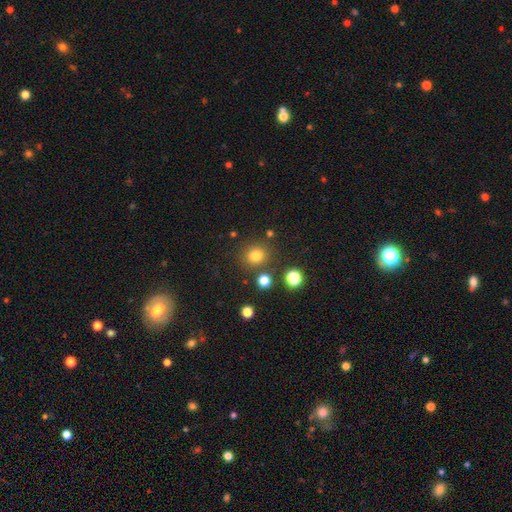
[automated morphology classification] A smooth galaxy with no disk features (78%) that is round (85%).

Vote fractions:
- Smooth or featured? smooth: 78% / star or artifact: 16% / featured or disk: 6%
- How rounded? round: 85% / in between: 14% / cigar-shaped: 1%
- Merging? none: 82% / minor disturbance: 9% / merger: 6% / major disturbance: 3%